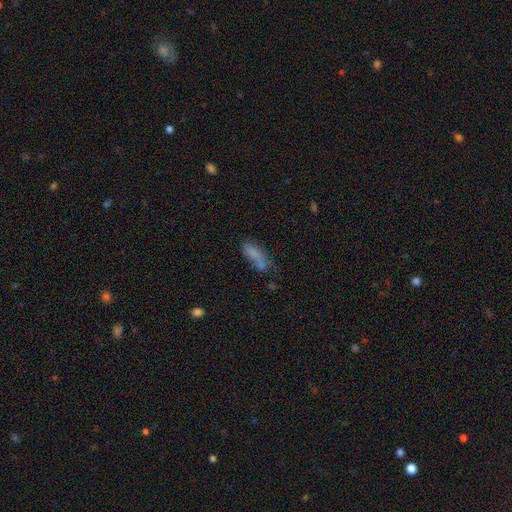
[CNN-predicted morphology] The model was most divided on "how rounded": in between: 55%, cigar-shaped: 42%, round: 3%. Remaining: smooth or featured — smooth (70%); merging — none (44%).